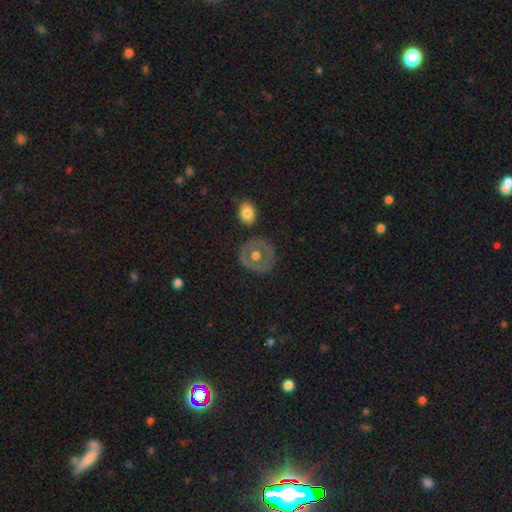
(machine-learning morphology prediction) featured or disk 48%, smooth 46%, star or artifact 7%. Down the decision tree: merging — none (80%).